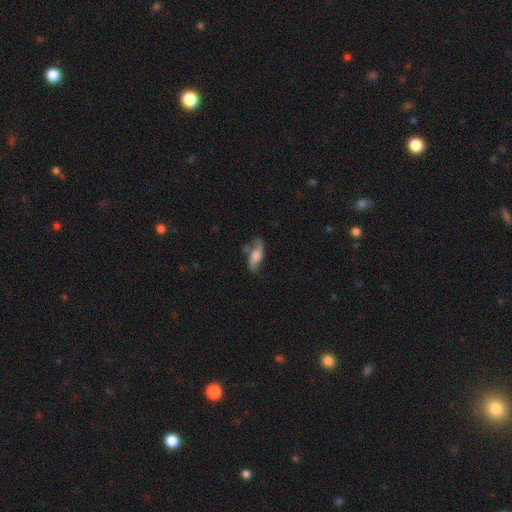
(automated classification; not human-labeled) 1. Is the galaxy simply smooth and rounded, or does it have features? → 64% smooth, 29% featured or disk, 7% star or artifact.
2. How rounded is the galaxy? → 71% in between, 26% cigar-shaped, 3% round.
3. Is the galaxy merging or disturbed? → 59% none, 26% minor disturbance, 8% major disturbance, 6% merger.